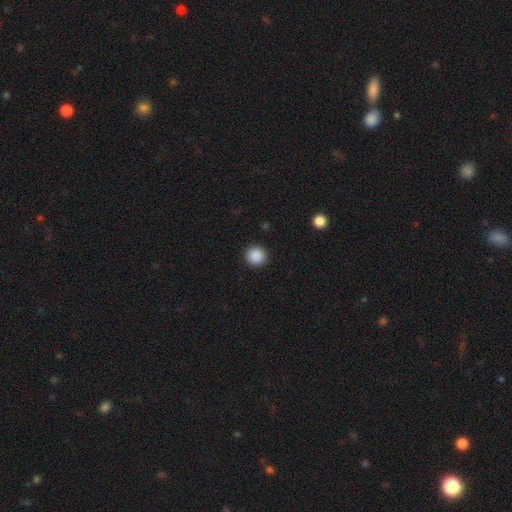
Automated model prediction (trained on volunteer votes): Morphology: type=smooth (89%); roundness=round (94%); merging=none (92%).